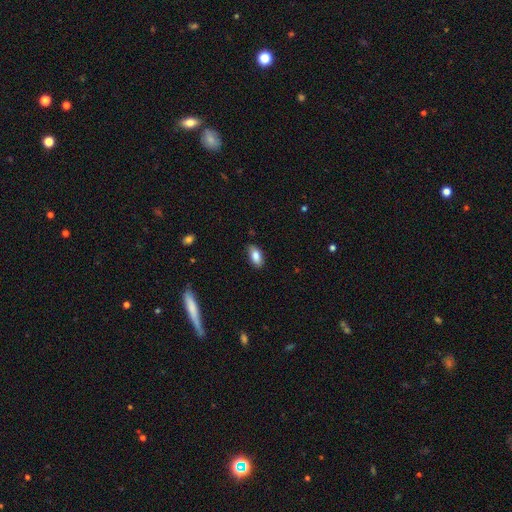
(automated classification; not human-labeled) Smooth or featured: smooth — 84% (featured or disk — 9%)
How rounded: in between — 89% (cigar-shaped — 8%)
Merging: none — 83% (minor disturbance — 13%)